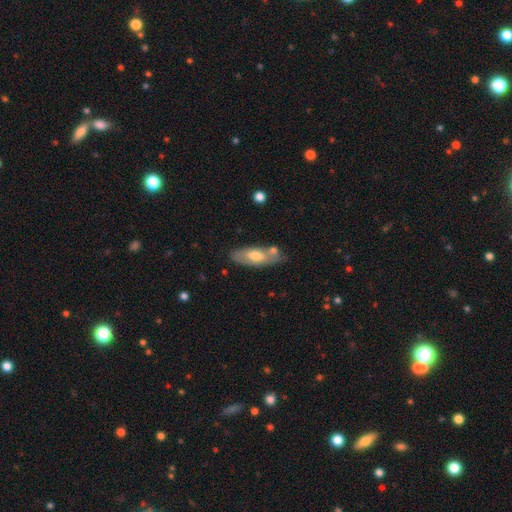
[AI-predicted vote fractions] Smooth or featured? smooth (58%)
How rounded? in between (74%)
Merging? none (64%)